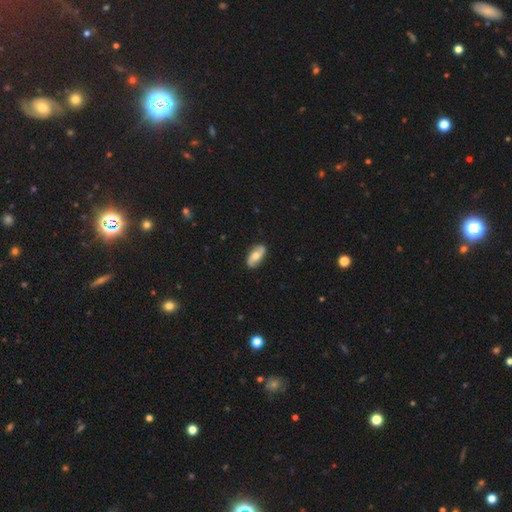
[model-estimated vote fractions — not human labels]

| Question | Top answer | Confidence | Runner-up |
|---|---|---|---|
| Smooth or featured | smooth | 49% | featured or disk (44%) |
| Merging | none | 84% | minor disturbance (12%) |